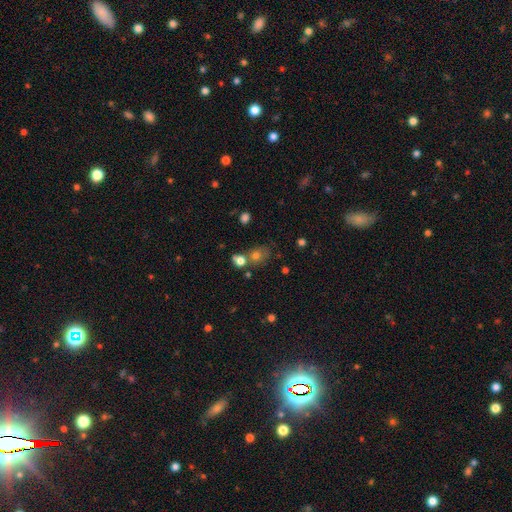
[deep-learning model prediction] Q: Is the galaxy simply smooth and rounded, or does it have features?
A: star or artifact — 59%.